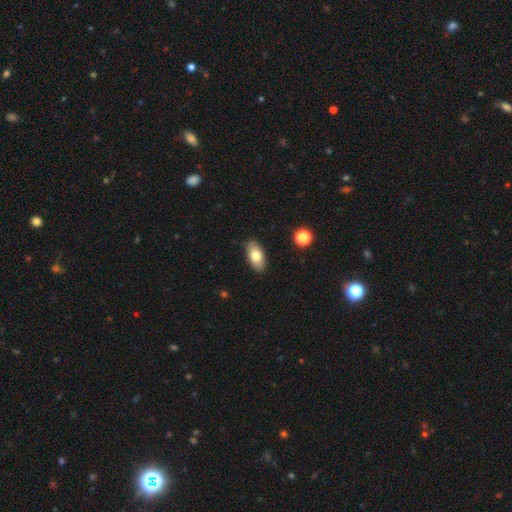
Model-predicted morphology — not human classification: type=smooth (76%); roundness=in between (91%); merging=none (87%).